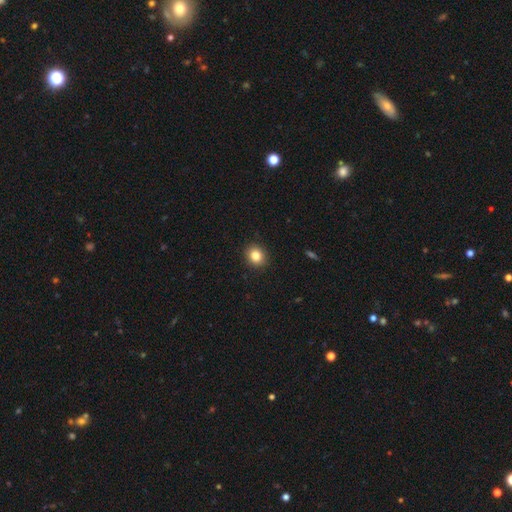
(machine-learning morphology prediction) This is clearly a smooth galaxy (83%). How rounded: likely round (77%). Merging: clearly none (91%).